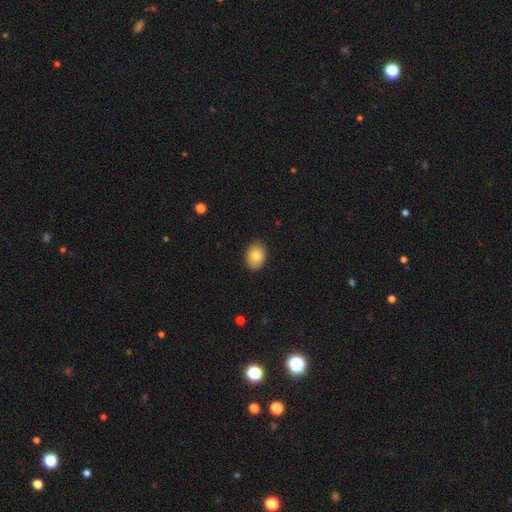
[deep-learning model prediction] Overall: smooth (82%). How rounded: in between (72%). Merging: none (88%).